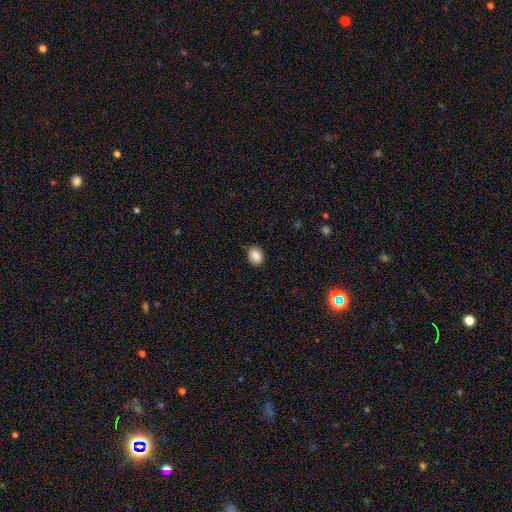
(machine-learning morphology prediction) This is clearly a smooth galaxy (88%). How rounded: possibly in between (53%). Merging: clearly none (87%).